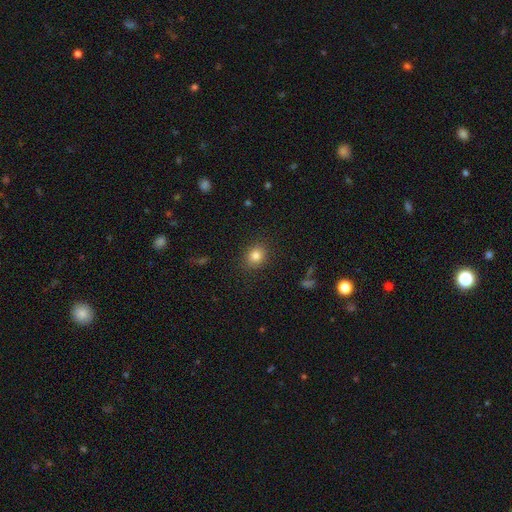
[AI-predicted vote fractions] smooth_or_featured: smooth (p=0.83) [alt: star or artifact p=0.11]
how_rounded: round (p=0.64) [alt: in between p=0.35]
merging: none (p=0.87) [alt: minor disturbance p=0.09]